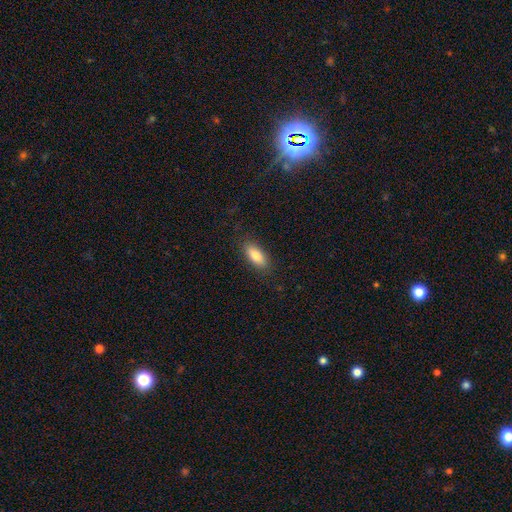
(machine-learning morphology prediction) A smooth galaxy with no disk features (82%) that is in between round and cigar-shaped (84%). Merging: none (86%).